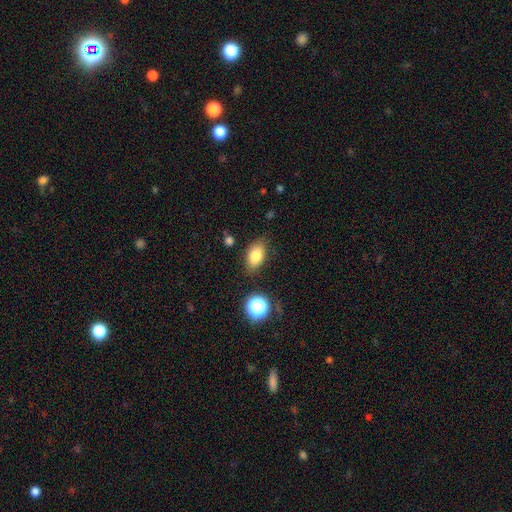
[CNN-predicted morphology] A smooth galaxy with no disk features (81%) that is in between round and cigar-shaped (86%).

Vote fractions:
- Smooth or featured? smooth: 81% / star or artifact: 10% / featured or disk: 9%
- How rounded? in between: 86% / round: 11% / cigar-shaped: 3%
- Merging? none: 81% / minor disturbance: 13% / major disturbance: 3% / merger: 3%